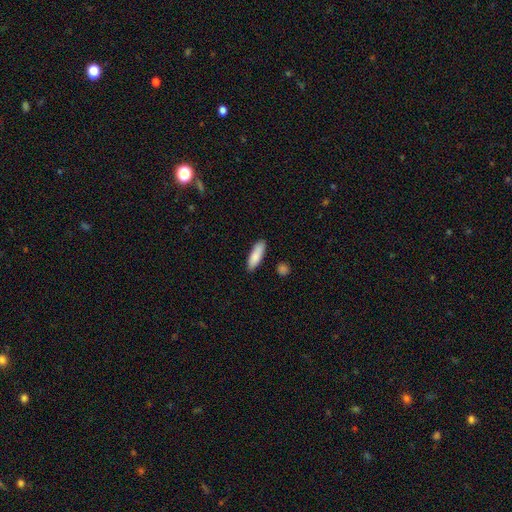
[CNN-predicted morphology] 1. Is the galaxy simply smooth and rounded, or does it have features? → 86% smooth, 8% featured or disk, 6% star or artifact.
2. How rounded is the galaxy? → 51% cigar-shaped, 47% in between, 2% round.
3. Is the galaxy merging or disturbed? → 88% none, 8% minor disturbance, 2% merger, 2% major disturbance.